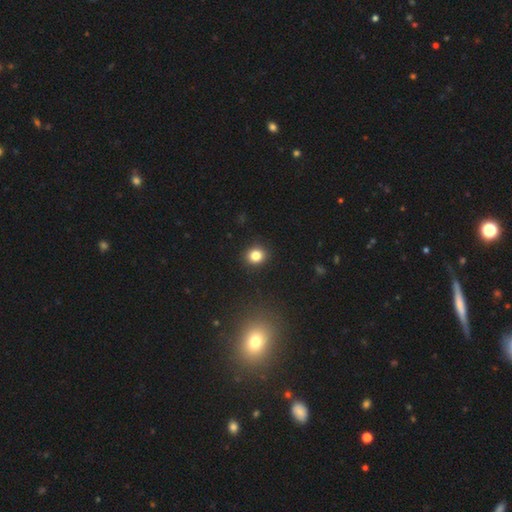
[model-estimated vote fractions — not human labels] A smooth galaxy with no disk features (83%) that is round (80%).

Vote fractions:
- Smooth or featured? smooth: 83% / star or artifact: 12% / featured or disk: 5%
- How rounded? round: 80% / in between: 19% / cigar-shaped: 1%
- Merging? none: 92% / minor disturbance: 5% / major disturbance: 2% / merger: 1%